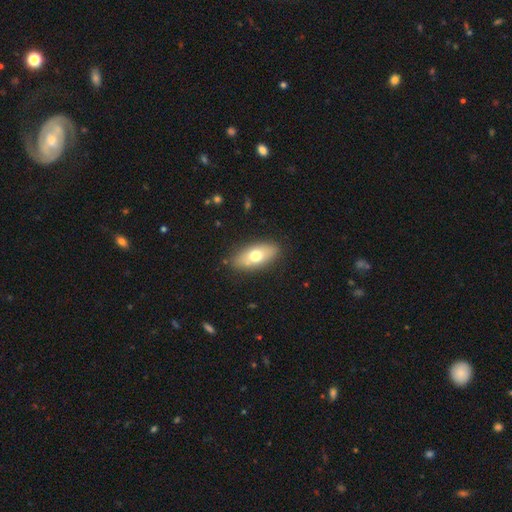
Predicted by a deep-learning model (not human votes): Smooth or featured?
  - smooth: 67% *
  - featured or disk: 26%
  - star or artifact: 7%
How rounded?
  - in between: 84% *
  - cigar-shaped: 11%
  - round: 5%
Merging?
  - none: 85% *
  - minor disturbance: 11%
  - major disturbance: 3%
  - merger: 2%